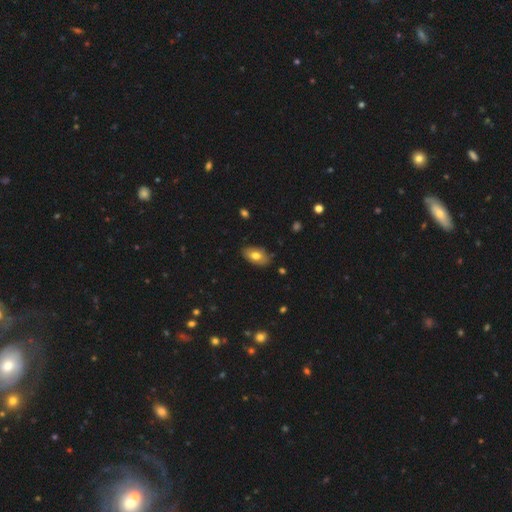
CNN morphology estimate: Overall: smooth (72%). How rounded: in between (91%). Merging: none (81%).